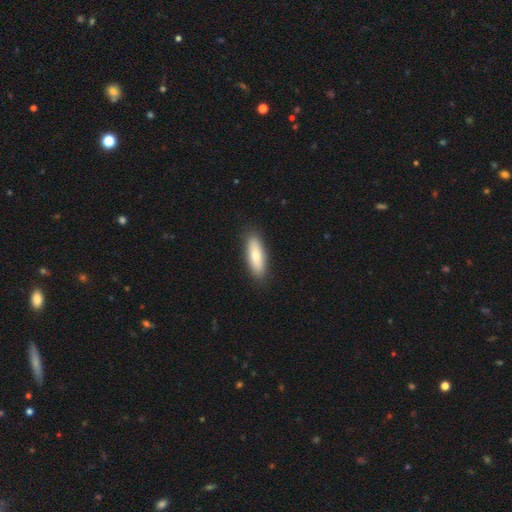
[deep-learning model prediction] smooth_or_featured: smooth (p=0.80) [alt: featured or disk p=0.15]
how_rounded: in between (p=0.56) [alt: cigar-shaped p=0.42]
merging: none (p=0.88) [alt: minor disturbance p=0.09]